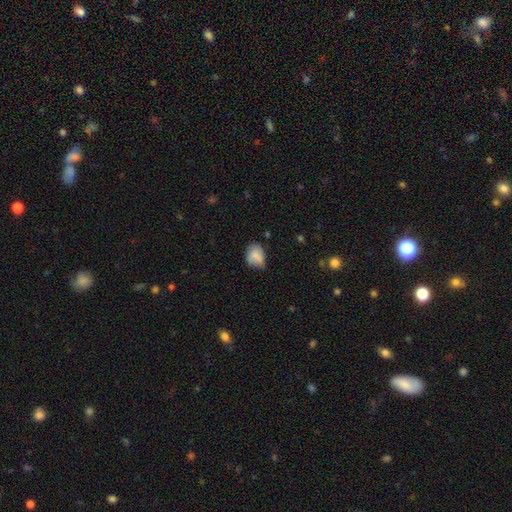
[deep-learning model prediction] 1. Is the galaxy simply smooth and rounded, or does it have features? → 77% smooth, 14% featured or disk, 9% star or artifact.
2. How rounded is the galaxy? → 58% in between, 40% round, 1% cigar-shaped.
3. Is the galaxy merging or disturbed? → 48% none, 37% minor disturbance, 11% major disturbance, 3% merger.